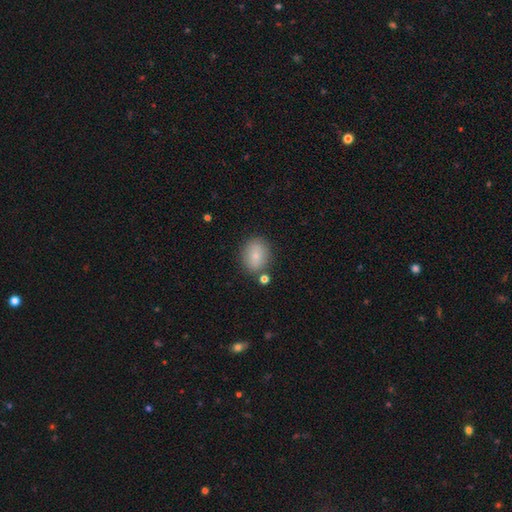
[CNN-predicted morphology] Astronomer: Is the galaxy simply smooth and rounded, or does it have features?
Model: smooth — 79%.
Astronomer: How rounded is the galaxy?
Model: round — 51% (runner-up: in between, 48%).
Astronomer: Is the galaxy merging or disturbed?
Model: none — 78%.